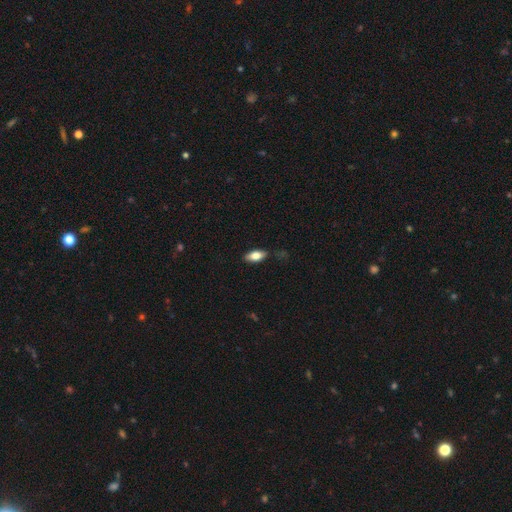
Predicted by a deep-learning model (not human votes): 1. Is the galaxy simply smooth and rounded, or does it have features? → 75% smooth, 18% featured or disk, 7% star or artifact.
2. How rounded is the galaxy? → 86% in between, 10% cigar-shaped, 4% round.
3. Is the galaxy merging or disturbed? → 78% none, 17% minor disturbance, 4% major disturbance, 2% merger.